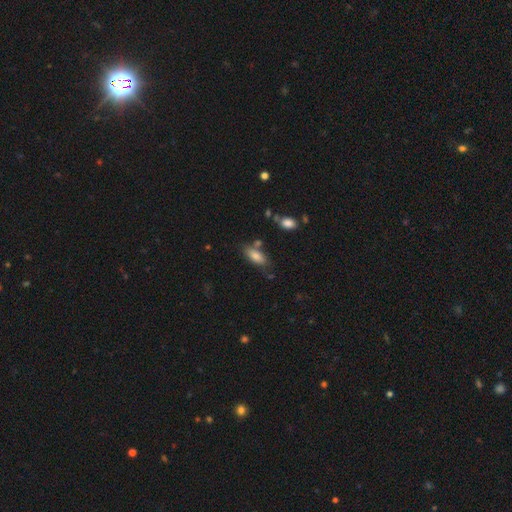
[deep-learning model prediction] Smooth or featured?
  - smooth: 81% *
  - featured or disk: 12%
  - star or artifact: 7%
How rounded?
  - in between: 79% *
  - cigar-shaped: 18%
  - round: 2%
Merging?
  - none: 67% *
  - minor disturbance: 18%
  - merger: 9%
  - major disturbance: 5%